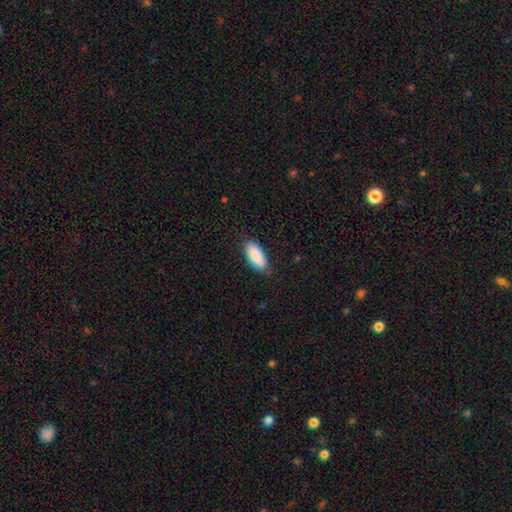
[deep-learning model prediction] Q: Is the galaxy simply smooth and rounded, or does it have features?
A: smooth — 89%.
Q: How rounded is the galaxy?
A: in between — 87%.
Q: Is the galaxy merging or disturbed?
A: none — 85%.